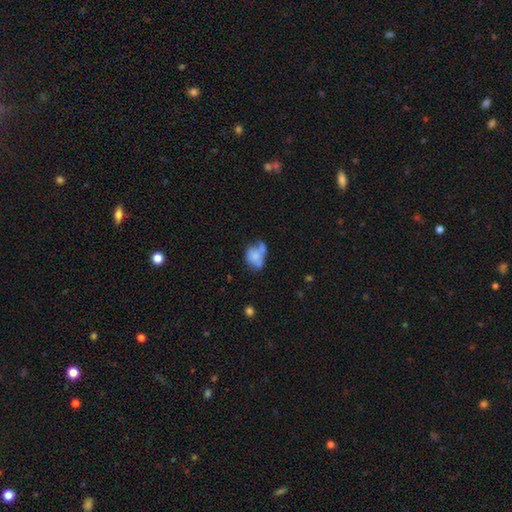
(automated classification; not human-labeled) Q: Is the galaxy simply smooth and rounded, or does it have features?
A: smooth — 65%.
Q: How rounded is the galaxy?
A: in between — 69%.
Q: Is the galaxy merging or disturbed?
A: merger — 38%.